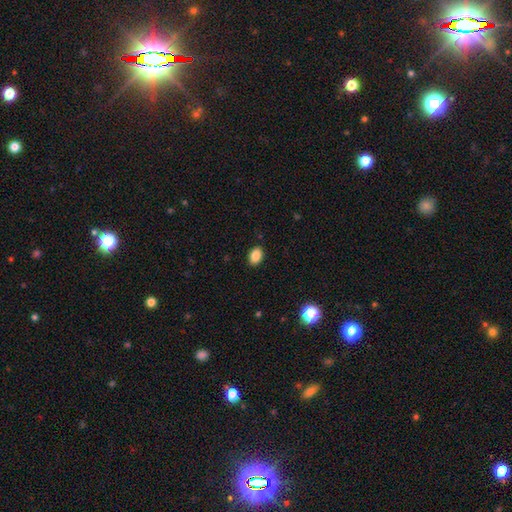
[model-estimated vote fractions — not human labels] Smooth or featured: smooth — 87% (star or artifact — 9%)
How rounded: in between — 78% (round — 21%)
Merging: none — 89% (minor disturbance — 8%)